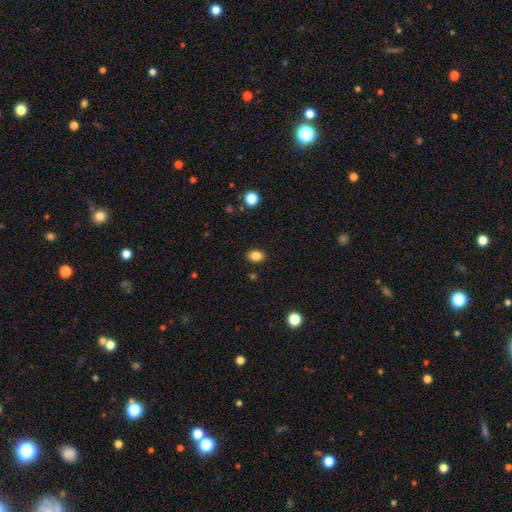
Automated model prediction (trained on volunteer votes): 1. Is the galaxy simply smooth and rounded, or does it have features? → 84% smooth, 10% star or artifact, 6% featured or disk.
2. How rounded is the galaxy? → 78% in between, 21% round, 1% cigar-shaped.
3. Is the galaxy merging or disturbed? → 88% none, 9% minor disturbance, 2% major disturbance, 1% merger.